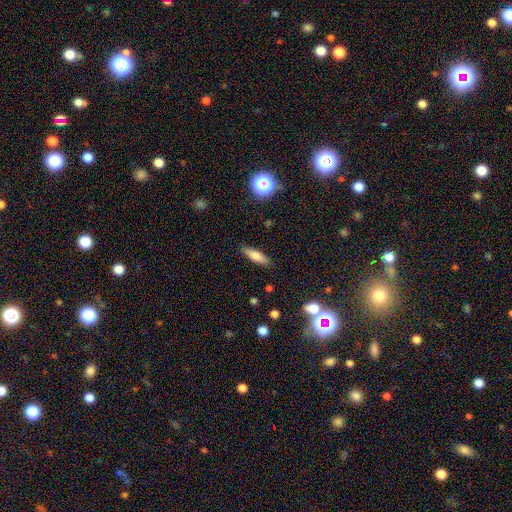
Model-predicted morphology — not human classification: A smooth galaxy with no disk features (73%) that is cigar-shaped (51%).

Vote fractions:
- Smooth or featured? smooth: 73% / featured or disk: 18% / star or artifact: 9%
- How rounded? cigar-shaped: 51% / in between: 46% / round: 3%
- Merging? none: 86% / minor disturbance: 10% / major disturbance: 2% / merger: 1%